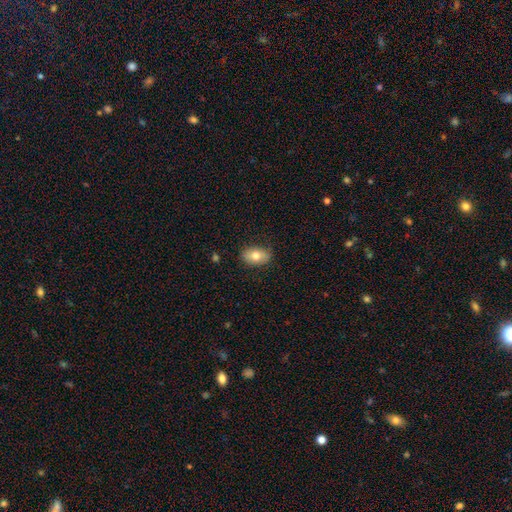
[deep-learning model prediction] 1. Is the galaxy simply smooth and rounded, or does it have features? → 74% smooth, 19% featured or disk, 7% star or artifact.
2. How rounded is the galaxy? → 87% in between, 11% round, 2% cigar-shaped.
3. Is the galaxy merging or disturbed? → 83% none, 13% minor disturbance, 3% major disturbance, 1% merger.